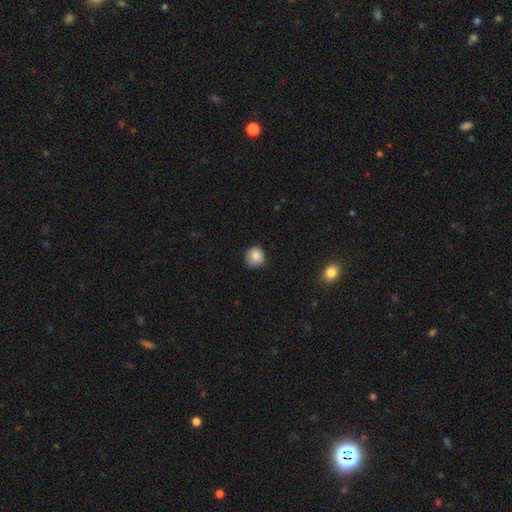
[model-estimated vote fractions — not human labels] smooth-or-featured: smooth: 86% | star or artifact: 9% | featured or disk: 6%
  how-rounded: round: 89% | in between: 10% | cigar-shaped: 1%
  merging: none: 76% | minor disturbance: 20% | major disturbance: 3% | merger: 1%